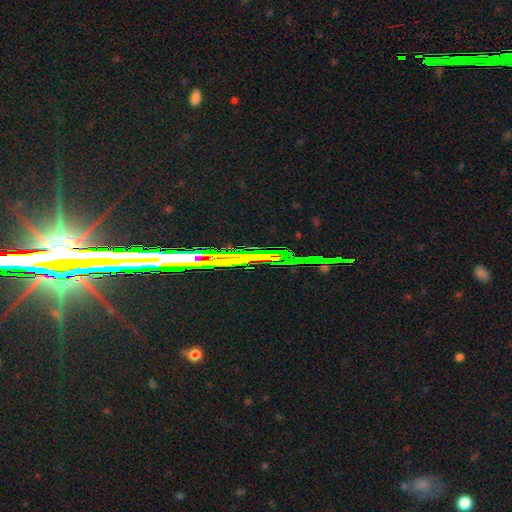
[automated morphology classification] This is likely a star or artifact rather than a galaxy (68%).